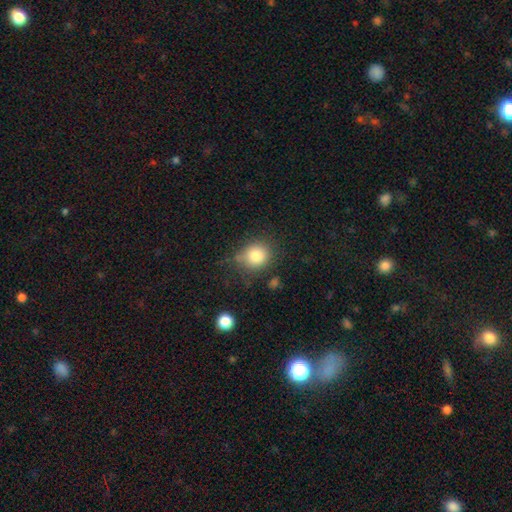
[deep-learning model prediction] This is clearly a smooth galaxy (82%). How rounded: likely round (80%). Merging: likely none (67%).